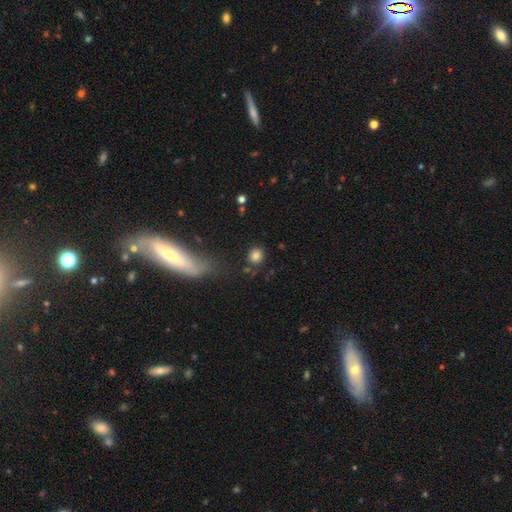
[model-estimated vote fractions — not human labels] This is clearly a smooth galaxy (81%). How rounded: likely round (77%). Merging: likely none (79%).